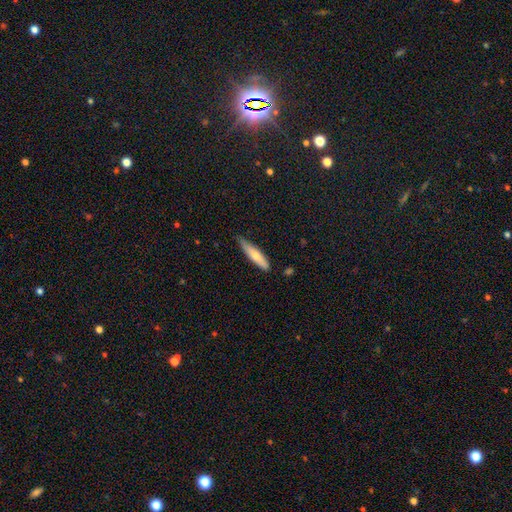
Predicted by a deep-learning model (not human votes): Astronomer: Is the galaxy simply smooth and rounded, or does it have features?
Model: smooth — 64%.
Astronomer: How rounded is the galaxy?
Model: cigar-shaped — 81%.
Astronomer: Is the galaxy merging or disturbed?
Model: none — 73%.